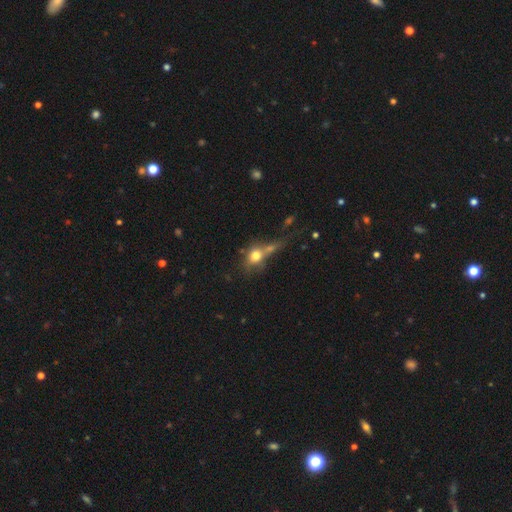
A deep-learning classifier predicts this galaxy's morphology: Smooth or featured?
  - smooth: 70% *
  - featured or disk: 18%
  - star or artifact: 12%
How rounded?
  - round: 58% *
  - in between: 38%
  - cigar-shaped: 5%
Merging?
  - merger: 44% *
  - none: 27%
  - major disturbance: 16%
  - minor disturbance: 12%